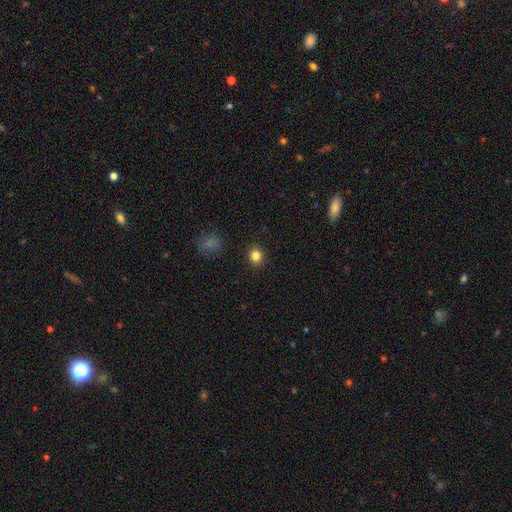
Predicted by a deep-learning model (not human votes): Overall: smooth (84%). How rounded: round (76%). Merging: none (91%).